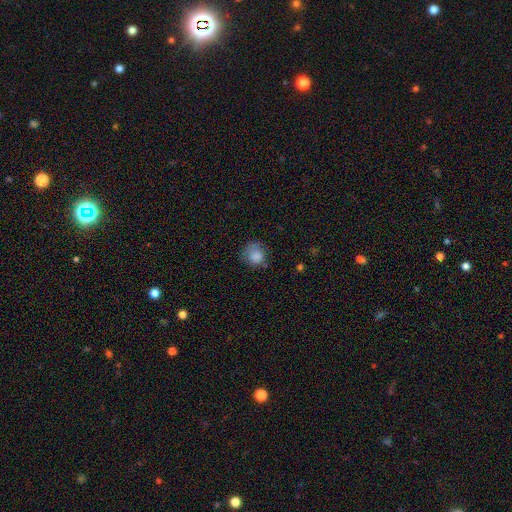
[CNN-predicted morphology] This appears to be a smooth galaxy with no disk features (82%) that is round (80%). Merging: none (57%).